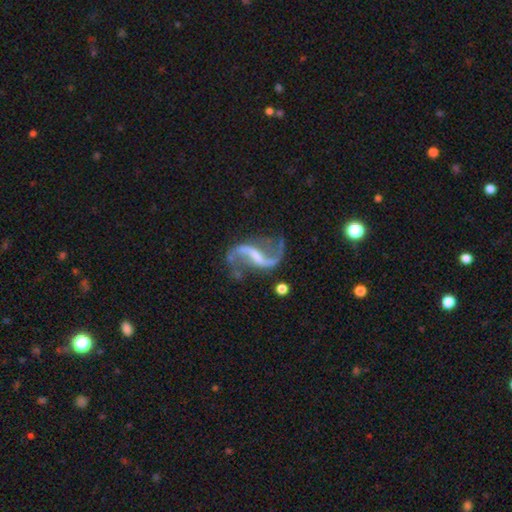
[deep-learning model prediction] smooth-or-featured: featured or disk: 91% | star or artifact: 5% | smooth: 3%
  disk-edge-on: no: 97% | yes: 3%
    bar: weak: 44% | strong: 39% | no: 17%
    has-spiral-arms: yes: 97% | no: 3%
      spiral-winding: loose: 86% | medium: 12% | tight: 3%
      spiral-arm-count: 2: 94% | 1: 2% | can't tell: 1% | 3: 1% | 4: 1% | more than 4: 1%
    bulge-size: small: 41% | none: 39% | moderate: 16% | large: 2% | dominant: 1%
  merging: none: 70% | minor disturbance: 16% | major disturbance: 11% | merger: 4%